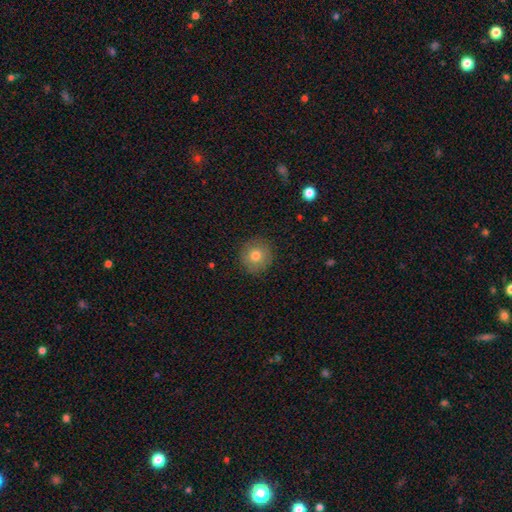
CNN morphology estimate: Smooth or featured? Predicted: smooth (p=0.78). How rounded? Predicted: round (p=0.93). Merging? Predicted: none (p=0.89).